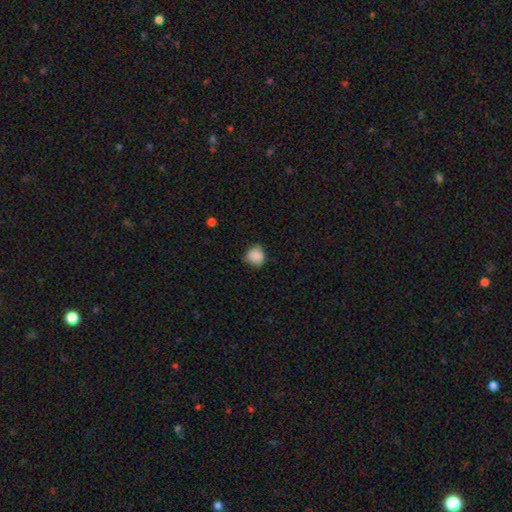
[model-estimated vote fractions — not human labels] The model was most divided on "merging": none: 65%, minor disturbance: 28%, major disturbance: 5%, merger: 2%. More confident: smooth or featured — smooth (86%); how rounded — round (81%).